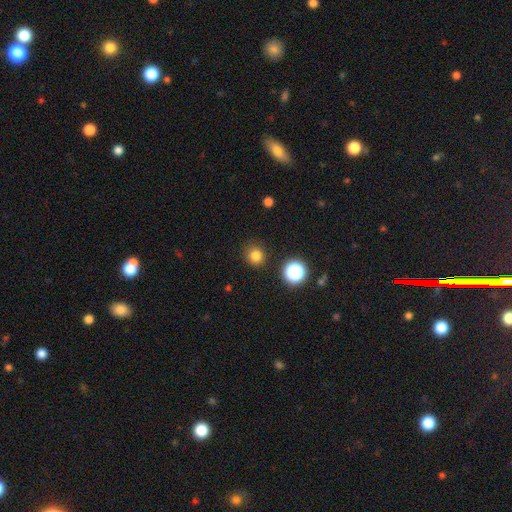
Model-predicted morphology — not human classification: A smooth galaxy with no disk features (81%) that is round (88%).

Vote fractions:
- Smooth or featured? smooth: 81% / star or artifact: 15% / featured or disk: 5%
- How rounded? round: 88% / in between: 11% / cigar-shaped: 1%
- Merging? none: 88% / minor disturbance: 8% / major disturbance: 3% / merger: 2%